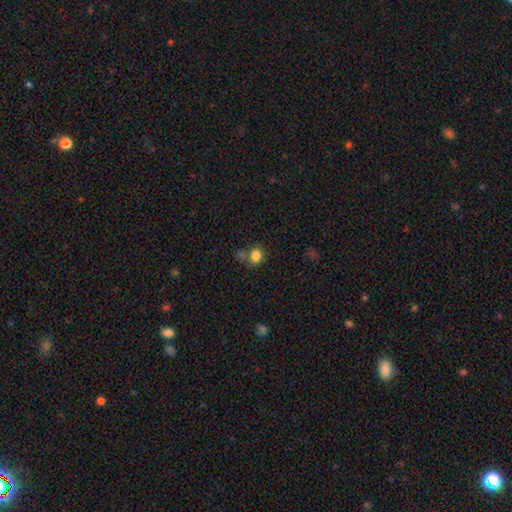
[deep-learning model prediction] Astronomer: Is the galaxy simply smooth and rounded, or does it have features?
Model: smooth — 83%.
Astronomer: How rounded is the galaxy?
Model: round — 64%.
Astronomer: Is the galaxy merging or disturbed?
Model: none — 58%.